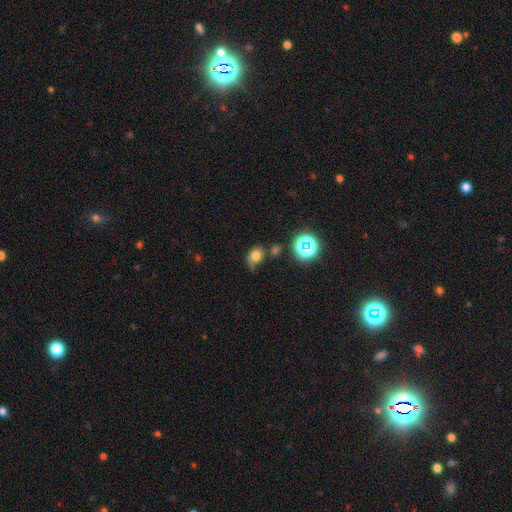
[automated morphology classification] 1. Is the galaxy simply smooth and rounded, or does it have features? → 70% smooth, 17% star or artifact, 14% featured or disk.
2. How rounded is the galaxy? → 51% round, 48% in between, 1% cigar-shaped.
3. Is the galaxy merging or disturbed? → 42% none, 32% minor disturbance, 15% major disturbance, 11% merger.